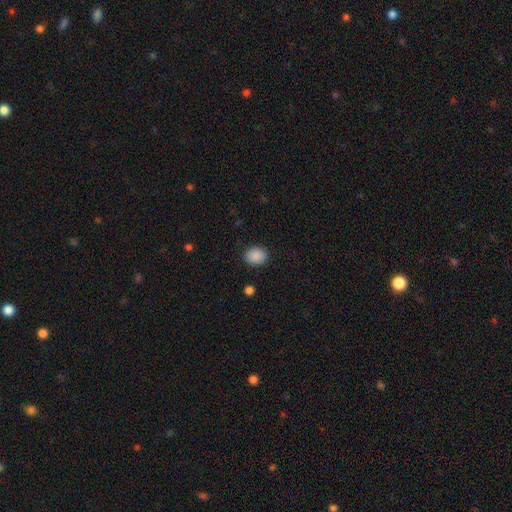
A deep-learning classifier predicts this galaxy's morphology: The model was most divided on "how rounded": round: 63%, in between: 37%, cigar-shaped: 1%. More confident: merging — none (89%); smooth or featured — smooth (89%).